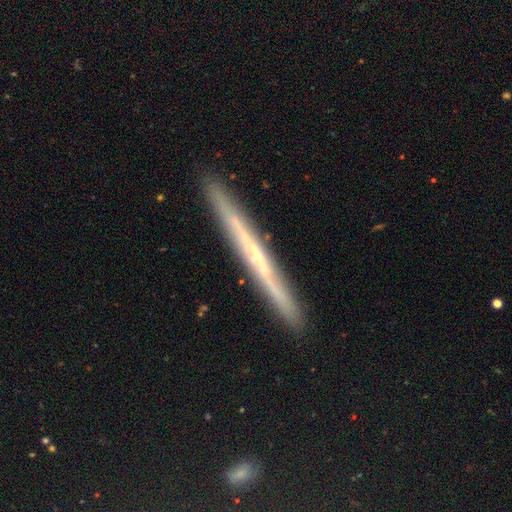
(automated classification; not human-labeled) Smooth or featured: featured or disk — 66% (smooth — 28%)
Edge-on disk: yes — 96% (no — 4%)
Edge-on bulge: none — 78% (rounded — 16%)
Merging: none — 91% (minor disturbance — 6%)